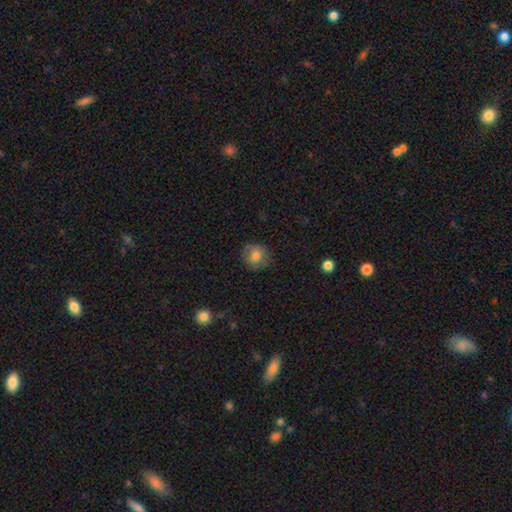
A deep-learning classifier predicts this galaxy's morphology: A smooth galaxy with no disk features (74%) that is round (83%). Merging: none (78%).